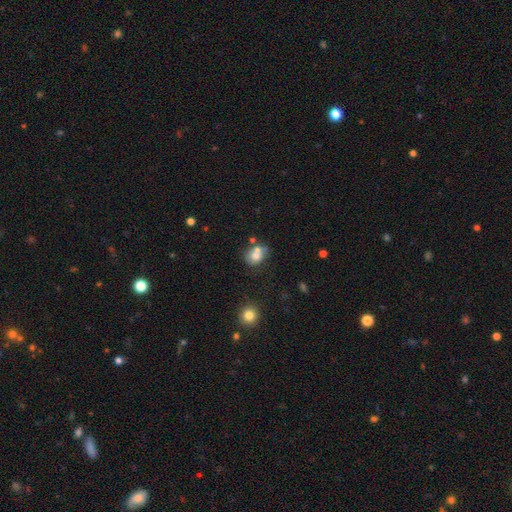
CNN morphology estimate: Smooth or featured? Predicted: smooth (p=0.70). How rounded? Predicted: round (p=0.55). Merging? Predicted: none (p=0.39).